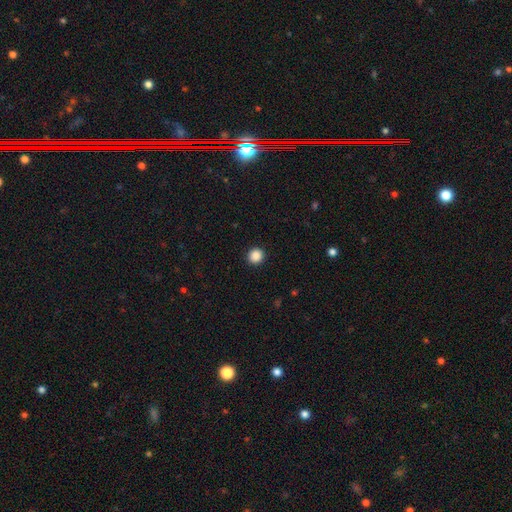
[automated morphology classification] Smooth or featured: smooth — 88% (star or artifact — 10%)
How rounded: round — 91% (in between — 8%)
Merging: none — 93% (minor disturbance — 5%)